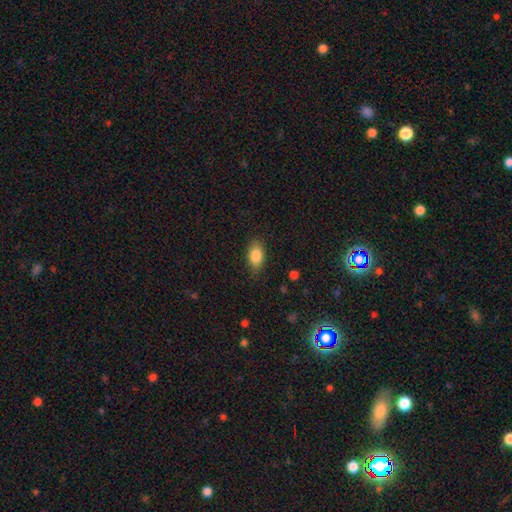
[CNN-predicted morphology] Smooth or featured: smooth — 84% (featured or disk — 8%)
How rounded: in between — 88% (round — 7%)
Merging: none — 82% (minor disturbance — 13%)